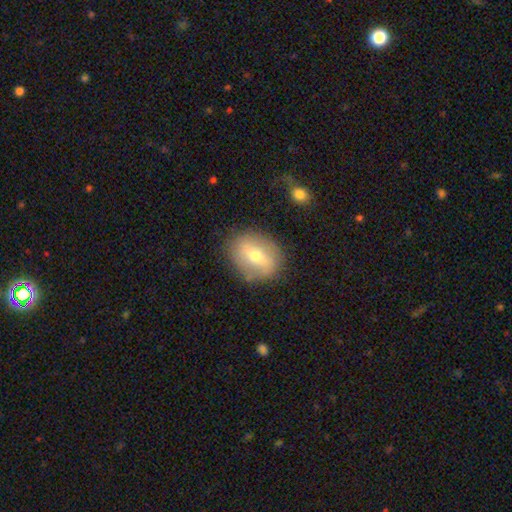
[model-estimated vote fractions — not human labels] Smooth or featured? smooth (50%)
How rounded? in between (50%)
Merging? none (82%)